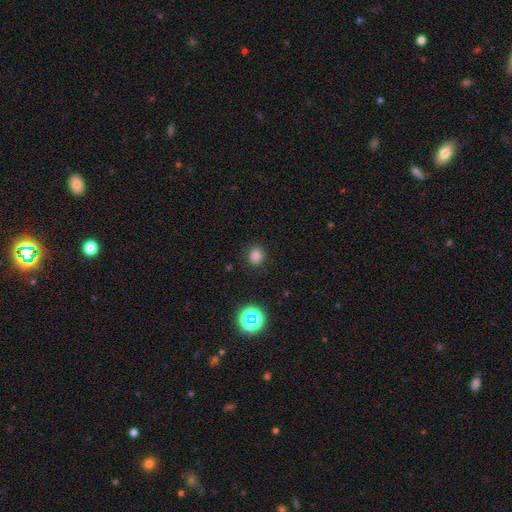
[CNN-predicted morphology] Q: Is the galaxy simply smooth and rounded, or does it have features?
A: smooth — 79%.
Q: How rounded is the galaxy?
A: round — 70%.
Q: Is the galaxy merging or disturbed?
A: none — 88%.